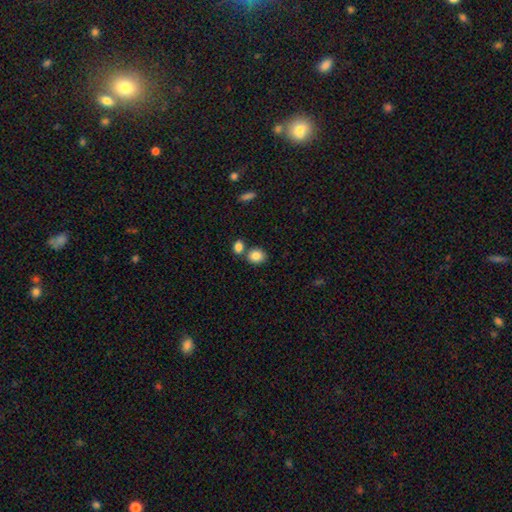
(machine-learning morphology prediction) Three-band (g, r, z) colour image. It shows a smooth galaxy with no disk features (85%) that is round (59%). Merging: none (63%).